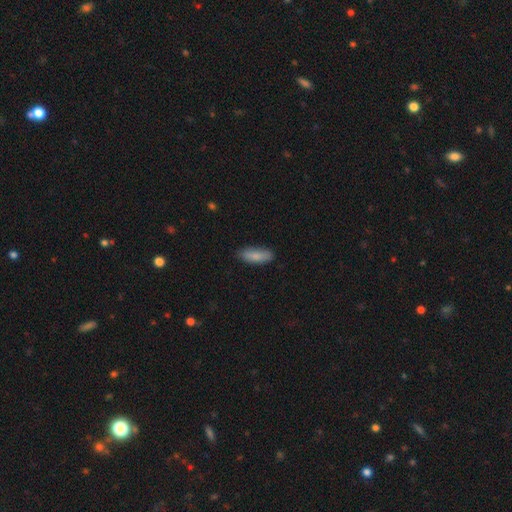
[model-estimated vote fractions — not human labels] Smooth or featured?
  - smooth: 83% *
  - featured or disk: 11%
  - star or artifact: 6%
How rounded?
  - in between: 59% *
  - cigar-shaped: 39%
  - round: 2%
Merging?
  - none: 83% *
  - minor disturbance: 13%
  - major disturbance: 2%
  - merger: 1%